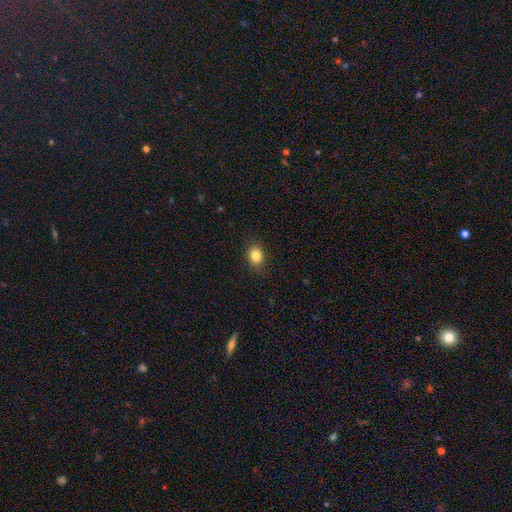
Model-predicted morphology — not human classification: Smooth or featured: smooth — 83% (star or artifact — 10%)
How rounded: in between — 51% (round — 48%)
Merging: none — 86% (minor disturbance — 10%)